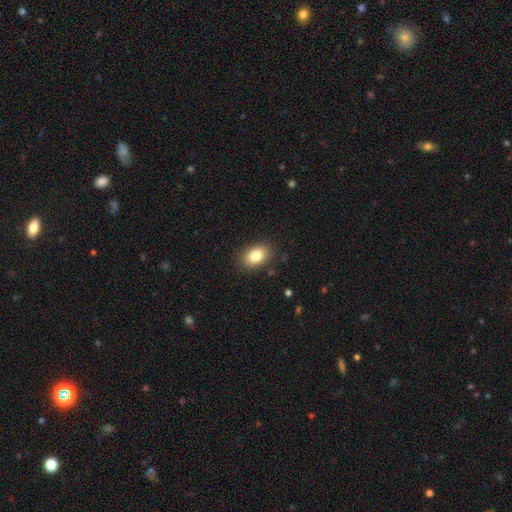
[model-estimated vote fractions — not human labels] This appears to be a smooth galaxy with no disk features (83%) that is in between round and cigar-shaped (85%). Merging: none (87%).